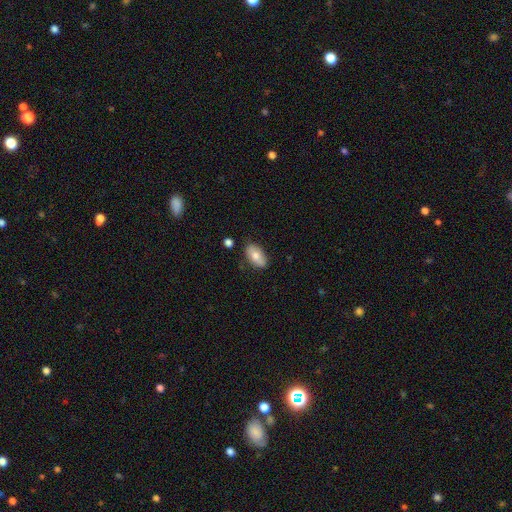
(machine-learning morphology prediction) A smooth galaxy with no disk features (75%) that is in between round and cigar-shaped (93%). Merging: none (80%).